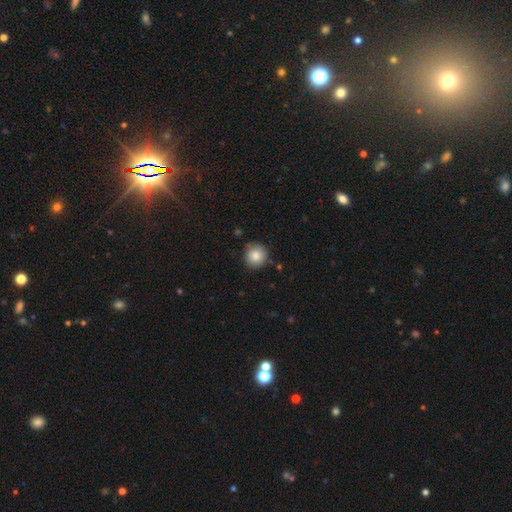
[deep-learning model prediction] Smooth or featured? smooth (85%)
How rounded? round (92%)
Merging? none (84%)